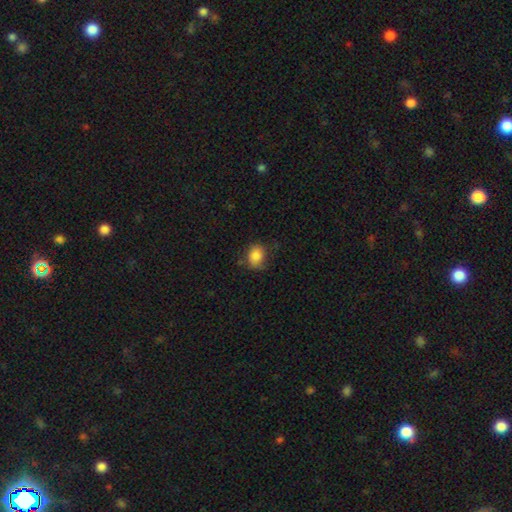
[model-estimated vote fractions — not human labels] smooth_or_featured: smooth (p=0.85) [alt: star or artifact p=0.09]
how_rounded: round (p=0.52) [alt: in between p=0.47]
merging: none (p=0.67) [alt: minor disturbance p=0.24]